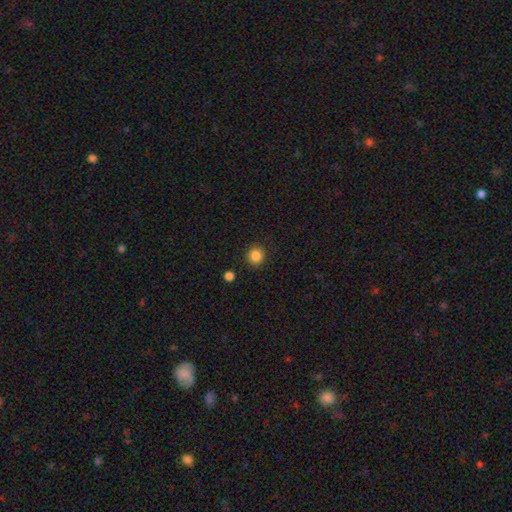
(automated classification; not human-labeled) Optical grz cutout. It shows a smooth galaxy with no disk features (86%) that is round (91%). Merging: none (90%).